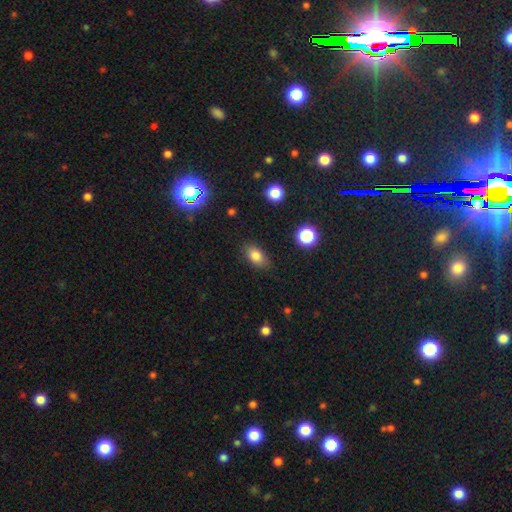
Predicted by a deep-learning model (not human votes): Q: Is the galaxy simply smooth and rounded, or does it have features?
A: smooth — 81%.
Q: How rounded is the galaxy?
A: in between — 84%.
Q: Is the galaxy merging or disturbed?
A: none — 83%.